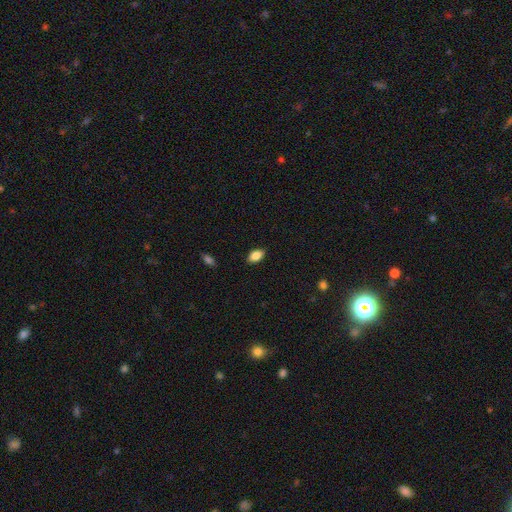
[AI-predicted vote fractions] Smooth or featured?
  - smooth: 87% *
  - star or artifact: 8%
  - featured or disk: 6%
How rounded?
  - in between: 90% *
  - round: 7%
  - cigar-shaped: 2%
Merging?
  - none: 87% *
  - minor disturbance: 10%
  - major disturbance: 2%
  - merger: 1%